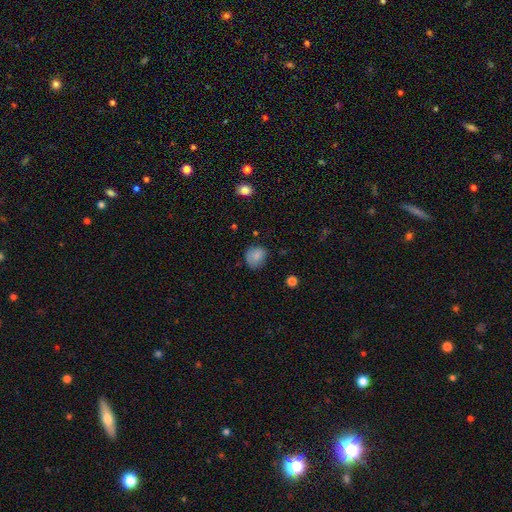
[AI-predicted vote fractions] This appears to be a smooth galaxy with no disk features (81%) that is round (68%). Merging: none (63%).